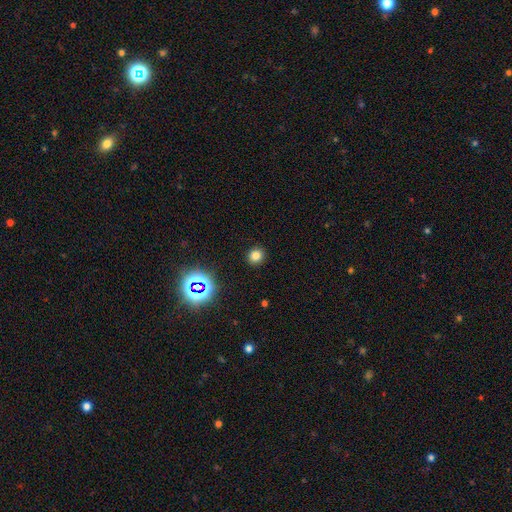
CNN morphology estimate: A smooth galaxy with no disk features (76%) that is round (84%). Merging: none (91%).